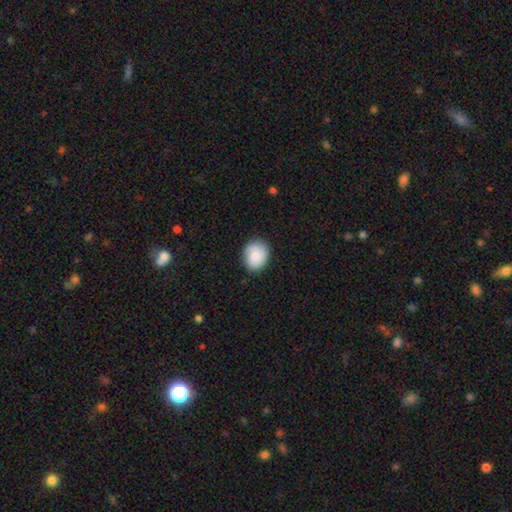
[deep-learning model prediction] This is likely a smooth galaxy (77%). How rounded: possibly round (55%). Merging: clearly none (81%).